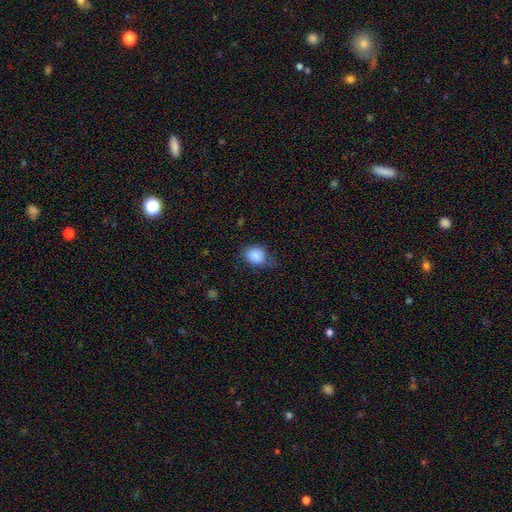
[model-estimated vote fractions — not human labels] Smooth or featured? Predicted: smooth (p=0.86). How rounded? Predicted: round (p=0.50). Merging? Predicted: none (p=0.58).